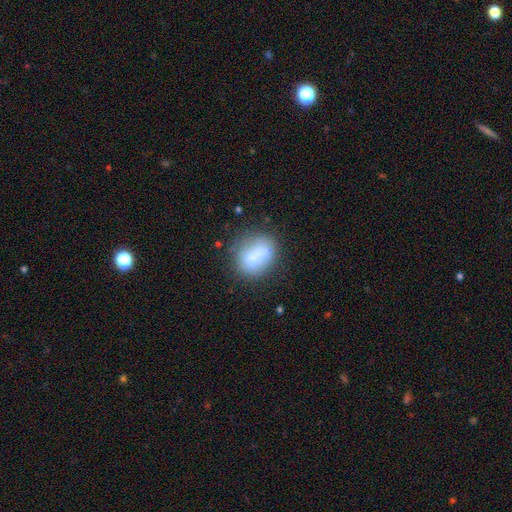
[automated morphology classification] Smooth or featured: smooth — 68% (featured or disk — 22%)
How rounded: in between — 55% (round — 43%)
Merging: none — 53% (minor disturbance — 22%)